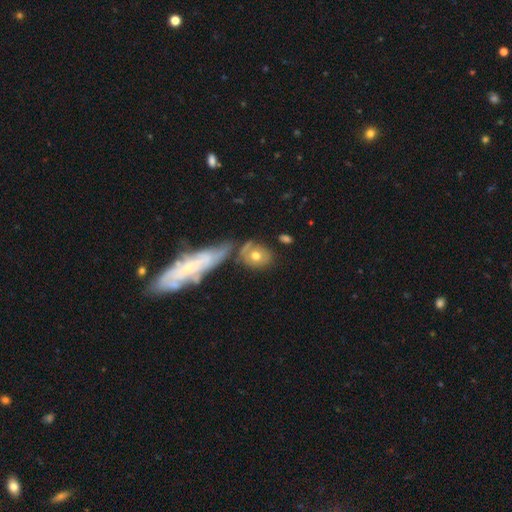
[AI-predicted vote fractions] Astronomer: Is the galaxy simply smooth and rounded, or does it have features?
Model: smooth — 62%.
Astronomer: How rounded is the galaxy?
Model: round — 52% (runner-up: in between, 44%).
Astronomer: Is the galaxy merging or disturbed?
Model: none — 50%.